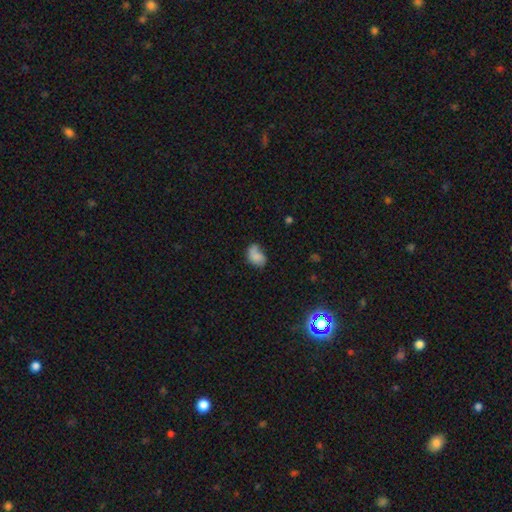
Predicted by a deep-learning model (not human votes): This is likely a smooth galaxy (70%). How rounded: likely in between (79%). Merging: marginally none (42%).